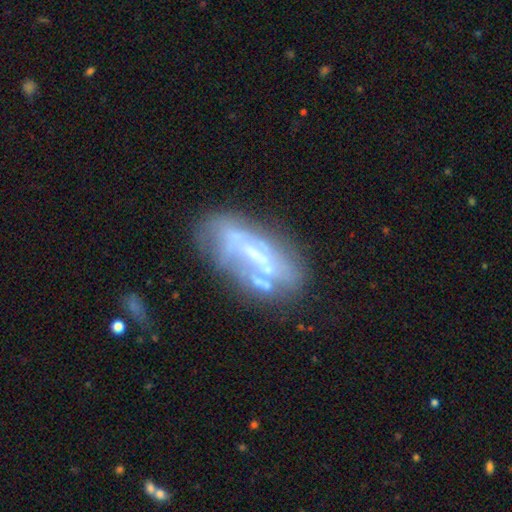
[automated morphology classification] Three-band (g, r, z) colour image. It shows a featured or disk galaxy (64%) with no bar (40%), no spiral arms (70%) and no central bulge (37%). Merging: none (45%).